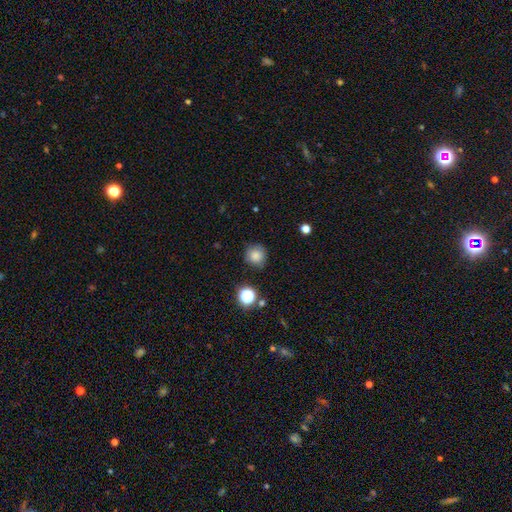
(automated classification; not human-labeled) Smooth or featured? smooth (82%)
How rounded? round (91%)
Merging? none (81%)